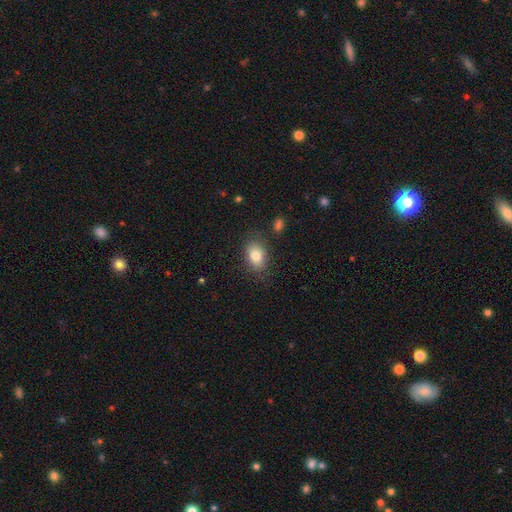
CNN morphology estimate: Smooth or featured? smooth (81%)
How rounded? in between (80%)
Merging? none (81%)